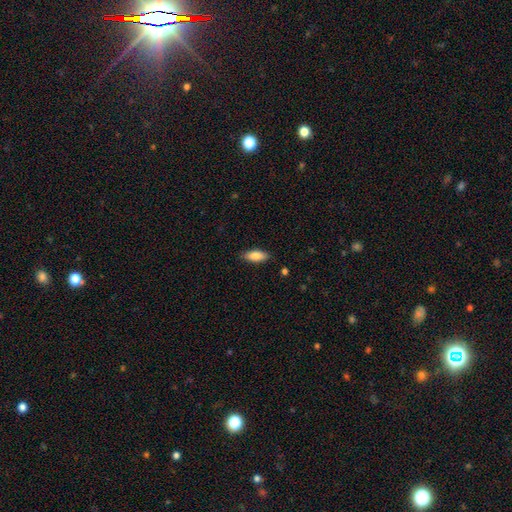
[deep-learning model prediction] Smooth or featured?
  - smooth: 84% *
  - featured or disk: 10%
  - star or artifact: 6%
How rounded?
  - in between: 77% *
  - cigar-shaped: 21%
  - round: 2%
Merging?
  - none: 87% *
  - minor disturbance: 10%
  - major disturbance: 2%
  - merger: 1%